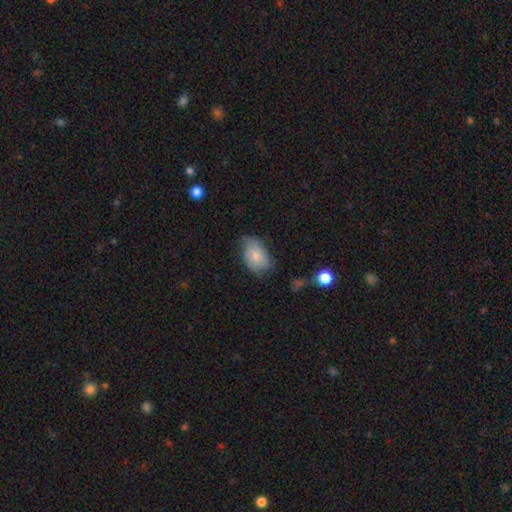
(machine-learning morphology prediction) Smooth or featured? Predicted: smooth (p=0.78). How rounded? Predicted: in between (p=0.87). Merging? Predicted: none (p=0.54).